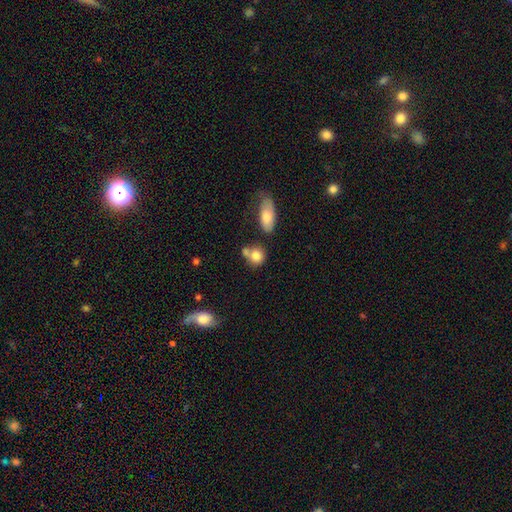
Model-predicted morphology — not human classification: A smooth galaxy with no disk features (80%) that is round (72%).

Vote fractions:
- Smooth or featured? smooth: 80% / featured or disk: 11% / star or artifact: 9%
- How rounded? round: 72% / in between: 26% / cigar-shaped: 2%
- Merging? none: 48% / merger: 33% / minor disturbance: 13% / major disturbance: 5%